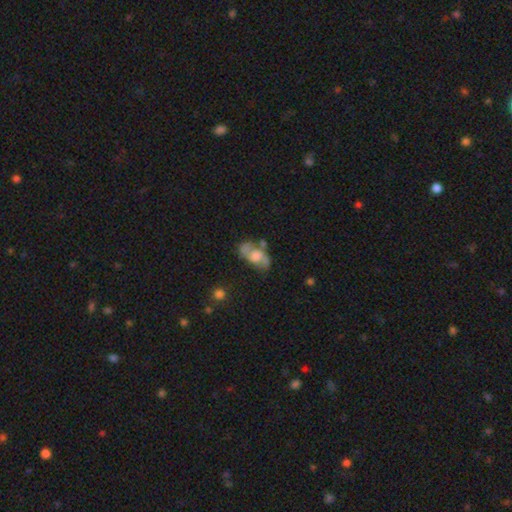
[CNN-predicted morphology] The model was most divided on "bulge size": large: 37%, moderate: 34%, small: 13%, none: 13%, dominant: 3%. More confident: edge-on disk — no (91%); spiral arms — yes (75%); bar — no (63%); smooth or featured — featured or disk (60%); merging — none (56%).